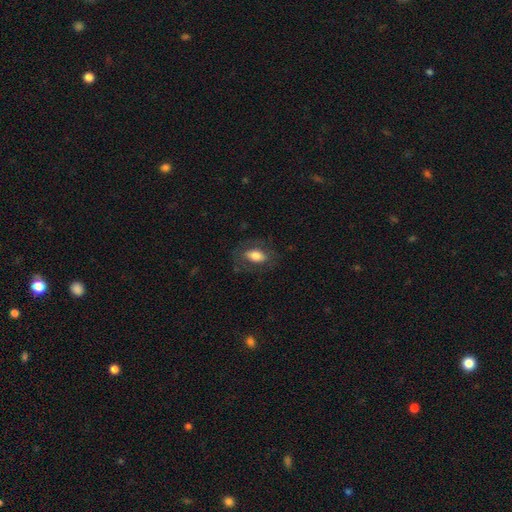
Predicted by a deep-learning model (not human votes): Smooth or featured?
  - smooth: 68% *
  - featured or disk: 24%
  - star or artifact: 7%
How rounded?
  - in between: 88% *
  - round: 8%
  - cigar-shaped: 4%
Merging?
  - none: 72% *
  - minor disturbance: 16%
  - major disturbance: 11%
  - merger: 1%